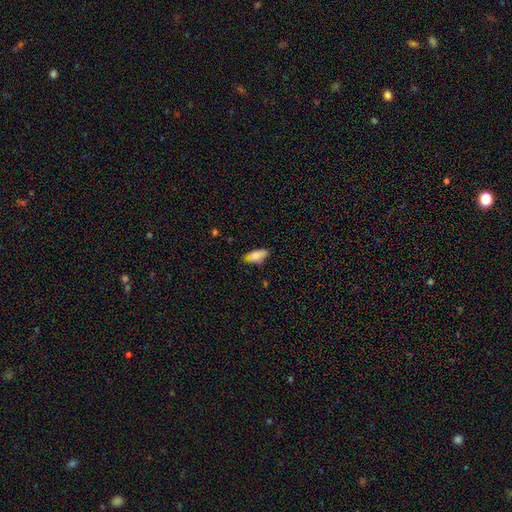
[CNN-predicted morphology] Smooth or featured?
  - smooth: 83% *
  - featured or disk: 10%
  - star or artifact: 7%
How rounded?
  - in between: 84% *
  - cigar-shaped: 14%
  - round: 2%
Merging?
  - none: 65% *
  - minor disturbance: 28%
  - major disturbance: 5%
  - merger: 2%